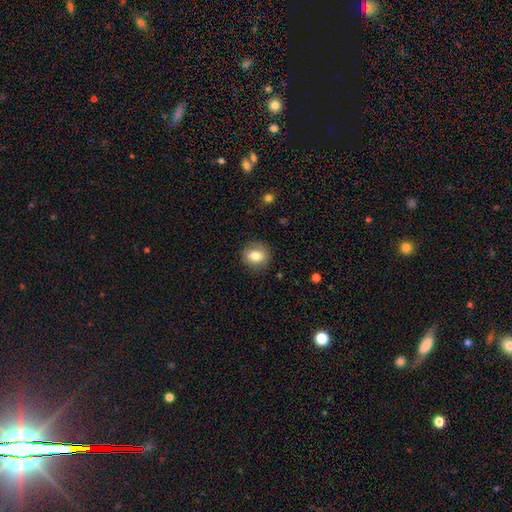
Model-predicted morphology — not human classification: Smooth or featured? smooth (78%)
How rounded? round (69%)
Merging? none (84%)